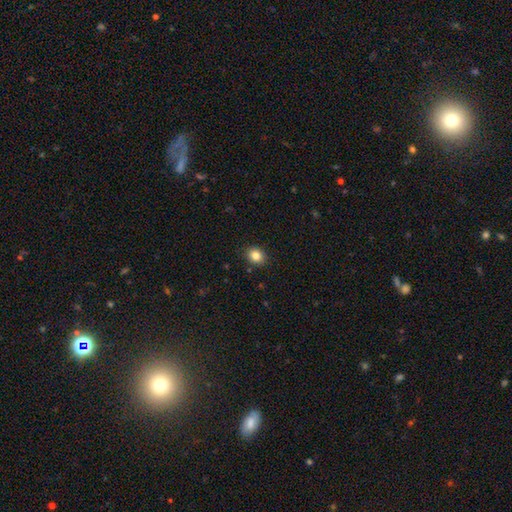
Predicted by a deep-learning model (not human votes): smooth 84%, star or artifact 10%, featured or disk 6%. Down the decision tree: how rounded — round (57%); merging — none (90%).